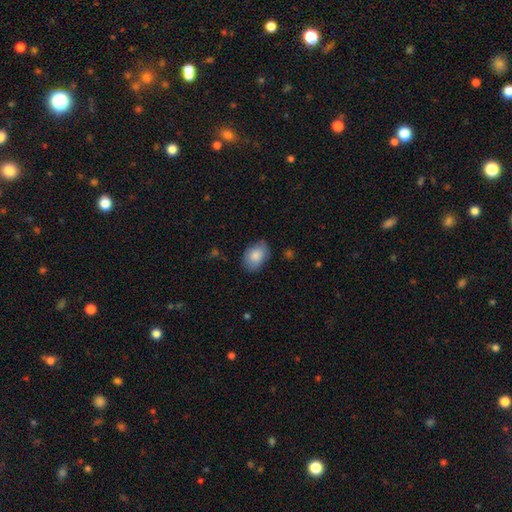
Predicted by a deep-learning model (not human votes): Smooth or featured? smooth (85%)
How rounded? in between (86%)
Merging? none (78%)